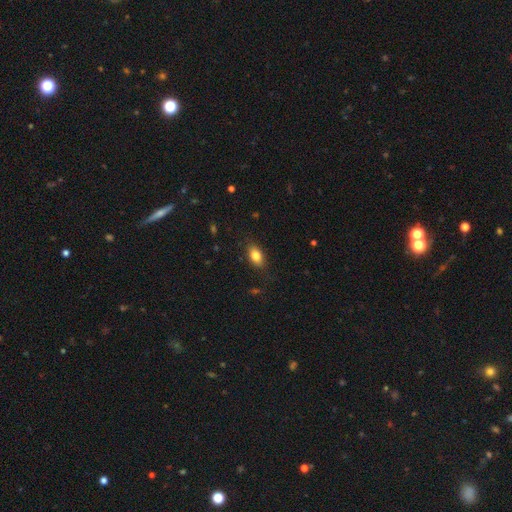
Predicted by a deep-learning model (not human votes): A smooth galaxy with no disk features (83%) that is in between round and cigar-shaped (88%).

Vote fractions:
- Smooth or featured? smooth: 83% / featured or disk: 9% / star or artifact: 8%
- How rounded? in between: 88% / round: 8% / cigar-shaped: 4%
- Merging? none: 83% / minor disturbance: 12% / major disturbance: 3% / merger: 1%